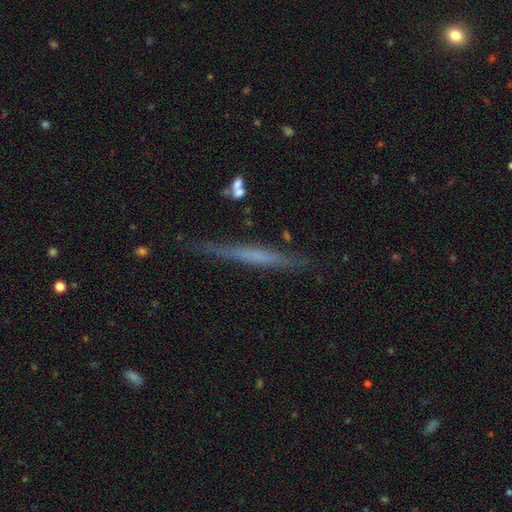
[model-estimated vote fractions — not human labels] smooth_or_featured: featured or disk (p=0.53) [alt: smooth p=0.40]
disk_edge_on: yes (p=0.96) [alt: no p=0.04]
edge_on_bulge: none (p=0.77) [alt: rounded p=0.12]
merging: none (p=0.83) [alt: minor disturbance p=0.12]